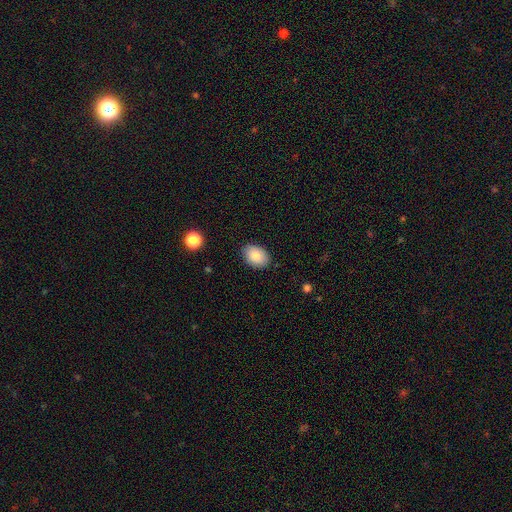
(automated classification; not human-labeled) Q: Smooth or featured?
A: smooth (86%); runner-up: featured or disk (7%)
Q: How rounded?
A: in between (83%); runner-up: round (16%)
Q: Merging?
A: none (86%); runner-up: minor disturbance (11%)